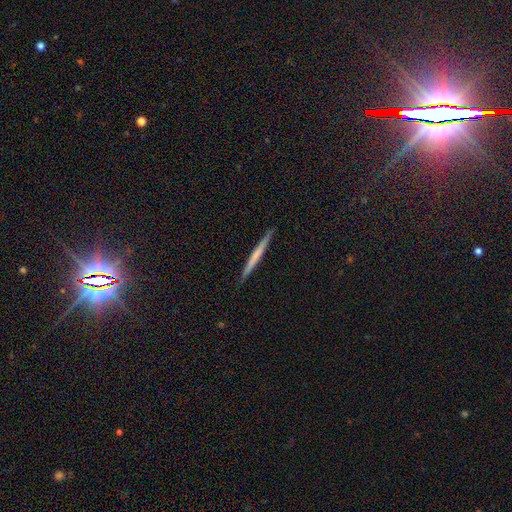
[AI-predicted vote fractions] smooth_or_featured: smooth (p=0.50) [alt: featured or disk p=0.44]
how_rounded: cigar-shaped (p=0.97) [alt: in between p=0.02]
merging: none (p=0.92) [alt: minor disturbance p=0.06]